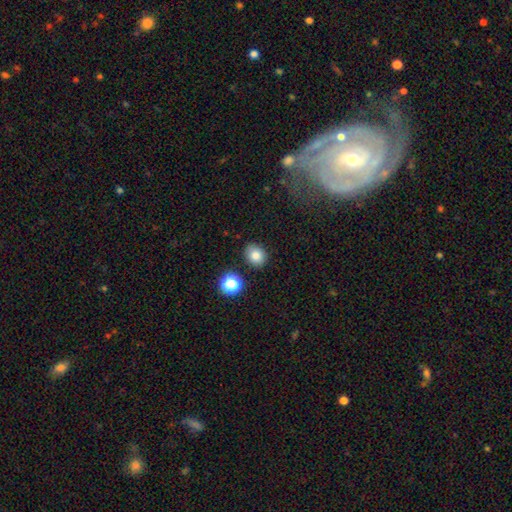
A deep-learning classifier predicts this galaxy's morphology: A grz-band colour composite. It shows a smooth galaxy with no disk features (81%) that is round (66%). Merging: none (84%).